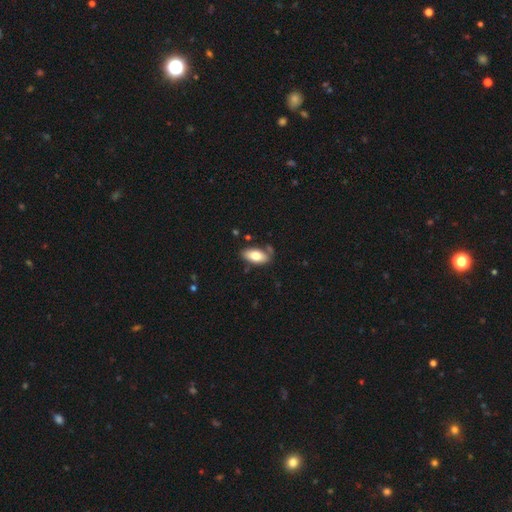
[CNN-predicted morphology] Smooth or featured: smooth — 77% (featured or disk — 17%)
How rounded: in between — 91% (cigar-shaped — 7%)
Merging: none — 73% (minor disturbance — 17%)